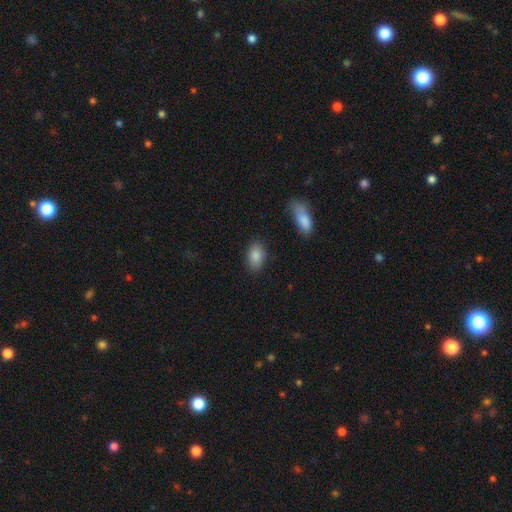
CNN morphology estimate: smooth 87%, star or artifact 7%, featured or disk 6%. Down the decision tree: how rounded — in between (89%); merging — none (84%).